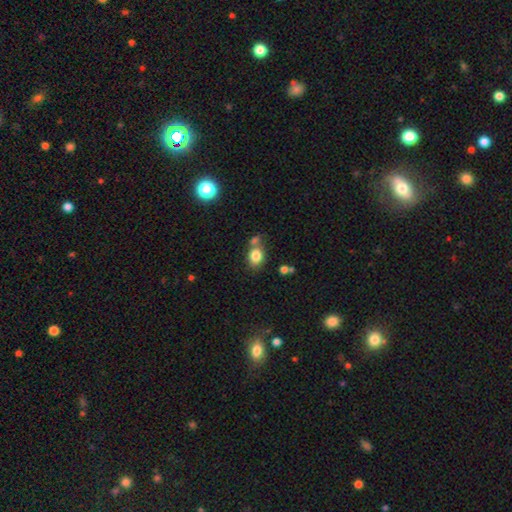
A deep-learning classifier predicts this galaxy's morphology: smooth 81%, star or artifact 10%, featured or disk 9%. Down the decision tree: how rounded — in between (55%); merging — none (57%).